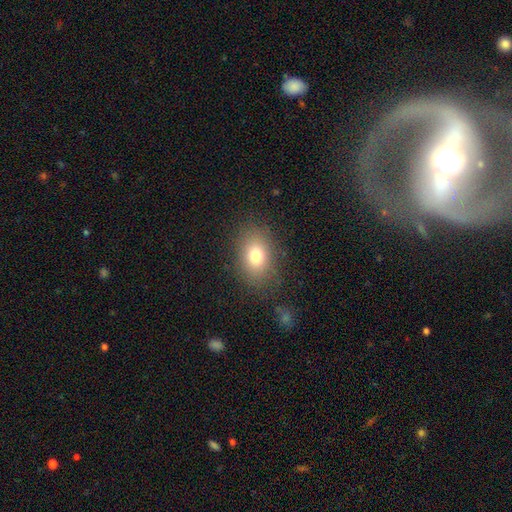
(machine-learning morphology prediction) Smooth or featured: smooth — 77% (featured or disk — 12%)
How rounded: in between — 74% (round — 25%)
Merging: none — 82% (minor disturbance — 11%)